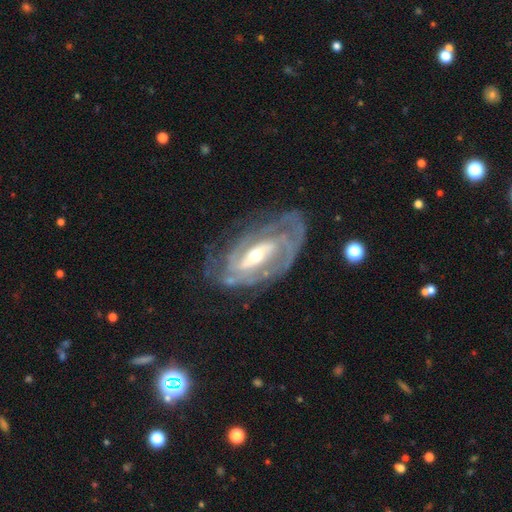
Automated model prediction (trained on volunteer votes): featured or disk 89%, smooth 6%, star or artifact 5%. Down the decision tree: edge-on disk — no (95%); bar — strong (44%); spiral arms — yes (93%); spiral arm count — 2 (49%); spiral winding — tight (57%); bulge size — moderate (52%); merging — none (64%).